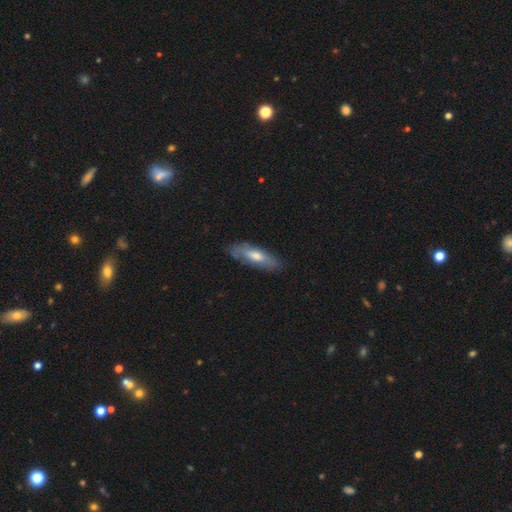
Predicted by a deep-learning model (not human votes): smooth-or-featured: smooth: 56% | featured or disk: 38% | star or artifact: 6%
  how-rounded: in between: 54% | cigar-shaped: 44% | round: 2%
  merging: none: 77% | minor disturbance: 18% | major disturbance: 4% | merger: 1%